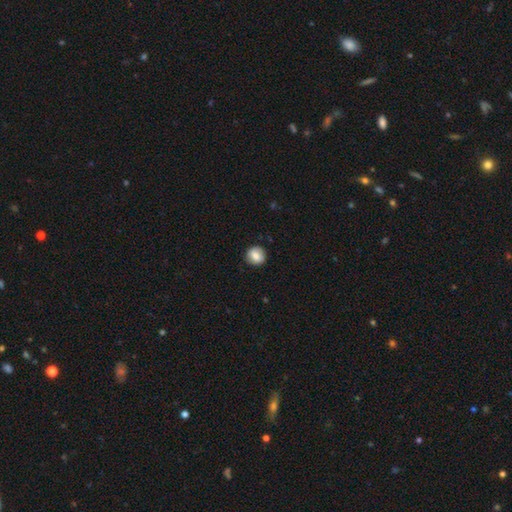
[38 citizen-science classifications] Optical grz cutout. It shows a smooth galaxy with no disk features (82%) that is round (90%). Merging: none (92%).